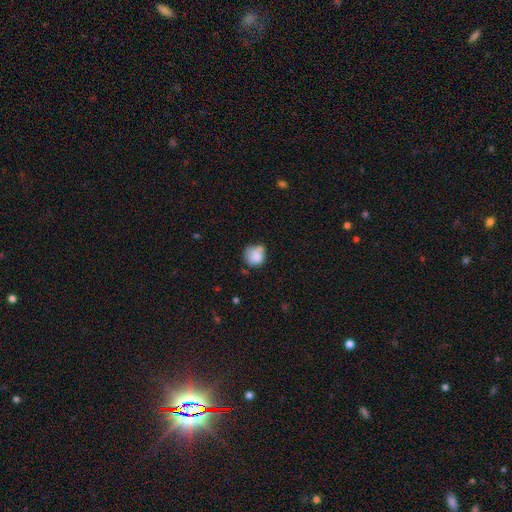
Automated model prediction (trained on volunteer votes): smooth-or-featured: smooth: 81% | featured or disk: 10% | star or artifact: 9%
  how-rounded: round: 82% | in between: 17% | cigar-shaped: 1%
  merging: none: 49% | minor disturbance: 30% | merger: 12% | major disturbance: 9%